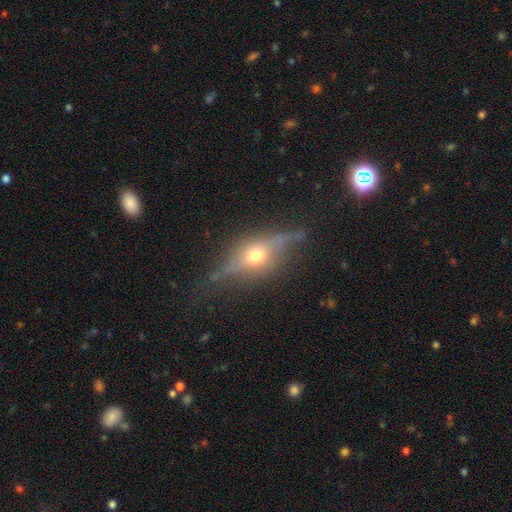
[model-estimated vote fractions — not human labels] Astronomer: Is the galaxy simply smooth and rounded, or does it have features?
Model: featured or disk — 73%.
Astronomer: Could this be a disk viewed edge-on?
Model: yes — 89%.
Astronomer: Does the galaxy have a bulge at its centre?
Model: rounded — 94%.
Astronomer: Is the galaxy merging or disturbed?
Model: none — 76%.